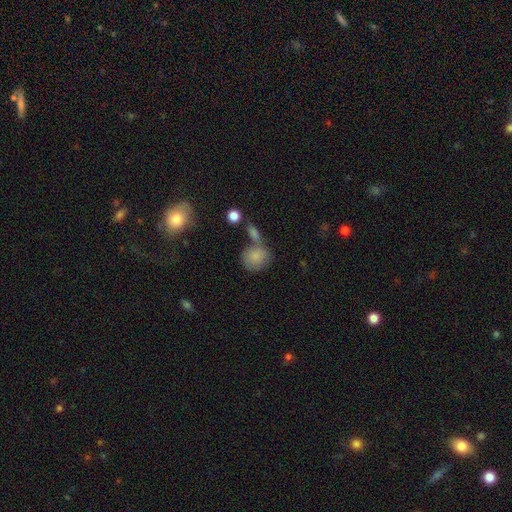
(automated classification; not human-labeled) Smooth or featured? Predicted: smooth (p=0.83). How rounded? Predicted: round (p=0.69). Merging? Predicted: none (p=0.49).